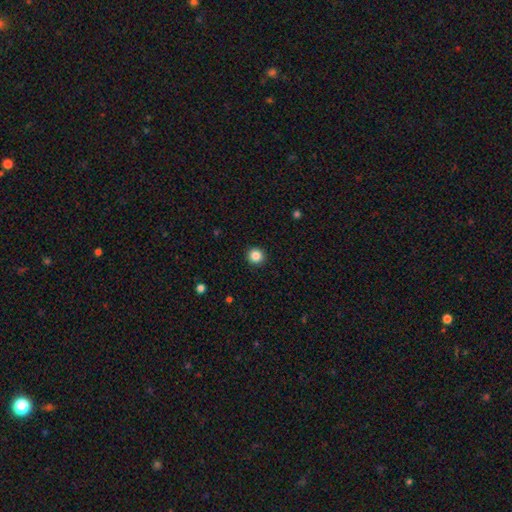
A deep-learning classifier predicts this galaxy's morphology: smooth 86%, star or artifact 10%, featured or disk 4%. Down the decision tree: how rounded — round (95%); merging — none (93%).